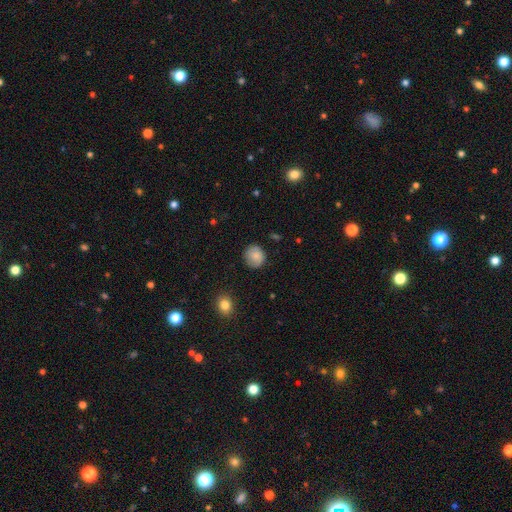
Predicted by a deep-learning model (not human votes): A smooth galaxy with no disk features (80%) that is round (81%). Merging: none (81%).